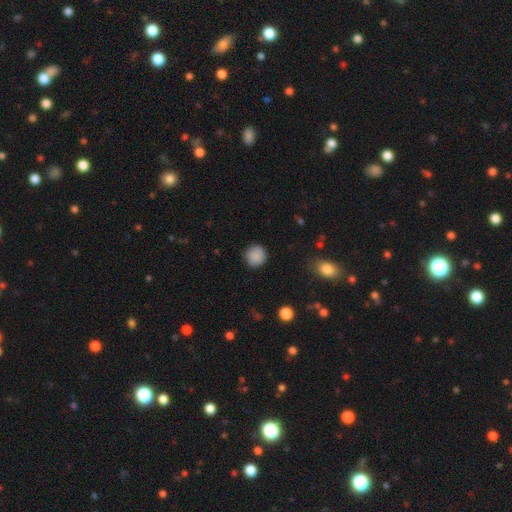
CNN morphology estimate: smooth 87%, star or artifact 8%, featured or disk 6%. Down the decision tree: how rounded — round (92%); merging — none (87%).